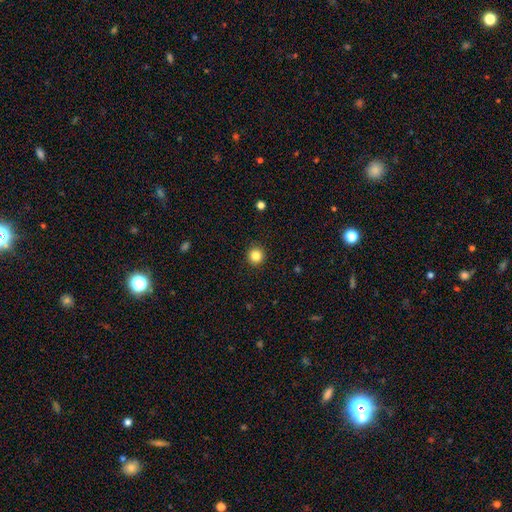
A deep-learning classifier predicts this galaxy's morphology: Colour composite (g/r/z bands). It shows a smooth galaxy with no disk features (84%) that is round (95%). Merging: none (93%).